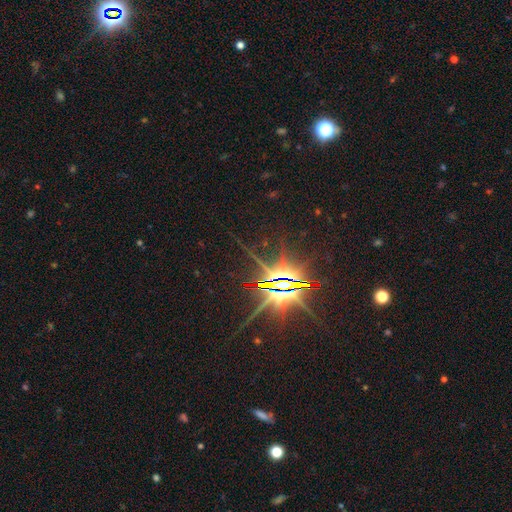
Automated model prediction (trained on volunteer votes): Morphology: type=star or artifact (84%).